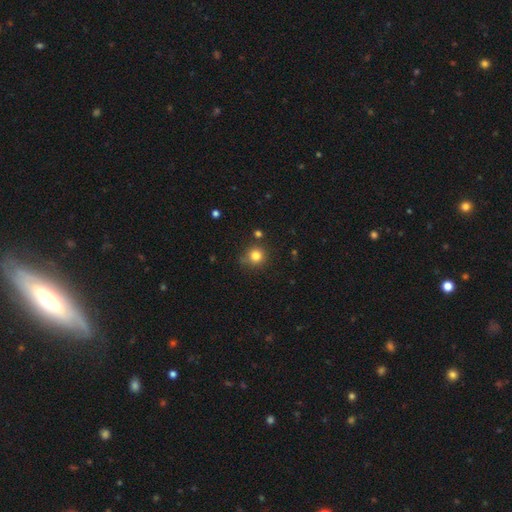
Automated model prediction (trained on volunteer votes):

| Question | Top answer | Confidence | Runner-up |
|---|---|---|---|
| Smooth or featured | smooth | 81% | star or artifact (13%) |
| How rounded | round | 92% | in between (7%) |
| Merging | none | 80% | minor disturbance (12%) |